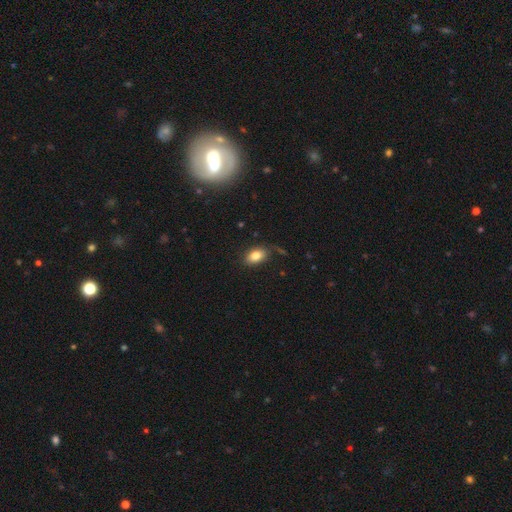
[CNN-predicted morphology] Smooth or featured?
  - smooth: 83% *
  - star or artifact: 9%
  - featured or disk: 8%
How rounded?
  - in between: 89% *
  - round: 8%
  - cigar-shaped: 2%
Merging?
  - none: 79% *
  - minor disturbance: 15%
  - major disturbance: 4%
  - merger: 3%